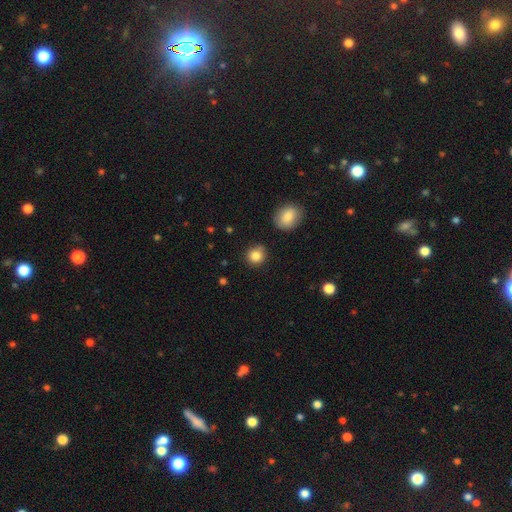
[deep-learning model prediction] Smooth or featured?
  - smooth: 85% *
  - star or artifact: 10%
  - featured or disk: 5%
How rounded?
  - round: 87% *
  - in between: 12%
  - cigar-shaped: 1%
Merging?
  - none: 79% *
  - minor disturbance: 13%
  - merger: 4%
  - major disturbance: 3%